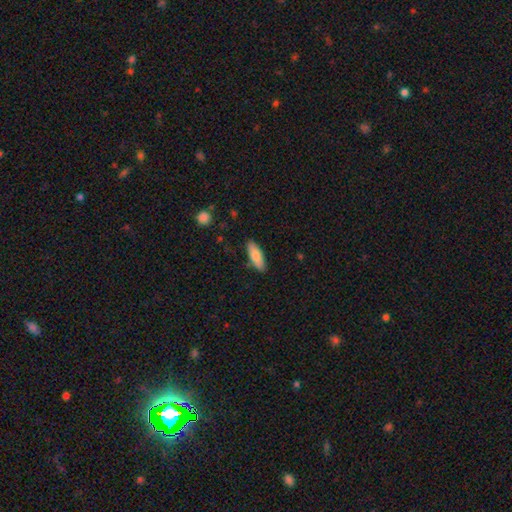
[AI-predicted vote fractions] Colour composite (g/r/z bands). It shows a smooth galaxy with no disk features (78%) that is in between round and cigar-shaped (63%). Merging: none (86%).